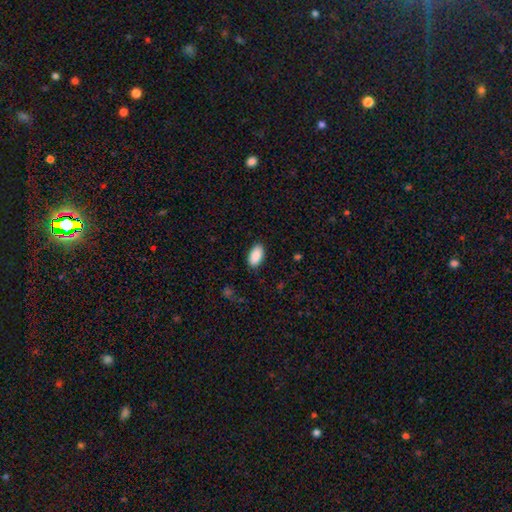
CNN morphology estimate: Q: Smooth or featured?
A: smooth (91%); runner-up: star or artifact (6%)
Q: How rounded?
A: in between (95%); runner-up: round (3%)
Q: Merging?
A: none (88%); runner-up: minor disturbance (9%)